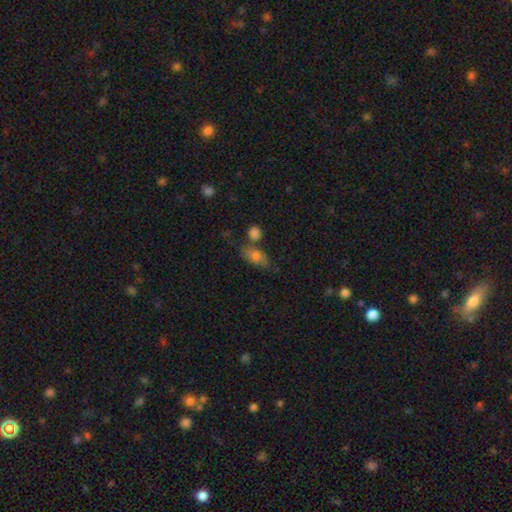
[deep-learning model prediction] Smooth or featured? Predicted: smooth (p=0.73). How rounded? Predicted: in between (p=0.82). Merging? Predicted: none (p=0.56).